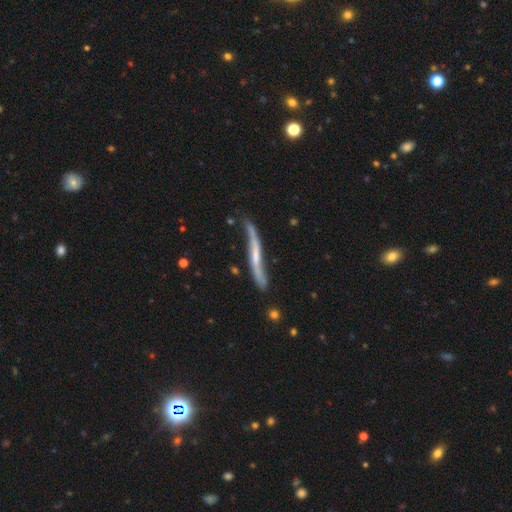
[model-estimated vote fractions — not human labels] A featured or disk galaxy (72%) viewed edge-on (76%) with no central bulge (55%).

Vote fractions:
- Smooth or featured? featured or disk: 72% / smooth: 22% / star or artifact: 6%
- Edge-on disk? yes: 76% / no: 24%
- Edge-on bulge? none: 55% / rounded: 34% / boxy: 11%
- Merging? none: 61% / minor disturbance: 27% / major disturbance: 7% / merger: 4%